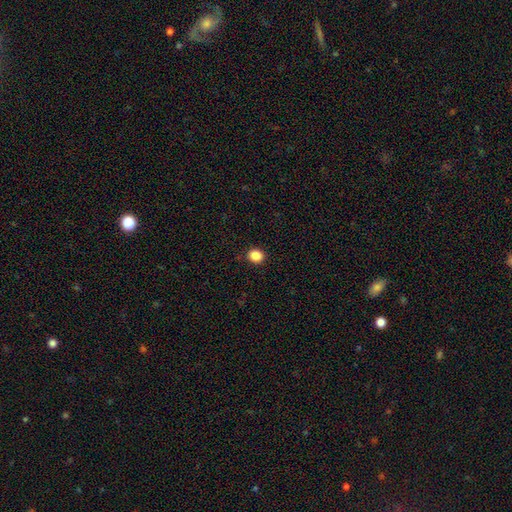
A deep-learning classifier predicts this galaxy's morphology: smooth 87%, star or artifact 10%, featured or disk 3%. Down the decision tree: how rounded — round (80%); merging — none (91%).